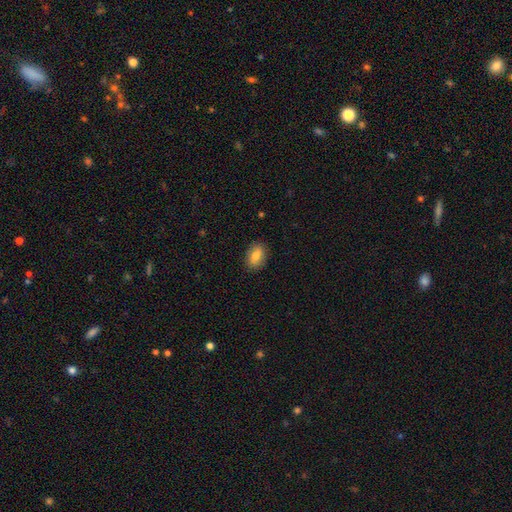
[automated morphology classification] A smooth galaxy with no disk features (78%) that is in between round and cigar-shaped (83%).

Vote fractions:
- Smooth or featured? smooth: 78% / featured or disk: 15% / star or artifact: 8%
- How rounded? in between: 83% / round: 15% / cigar-shaped: 2%
- Merging? none: 86% / minor disturbance: 10% / major disturbance: 2% / merger: 1%